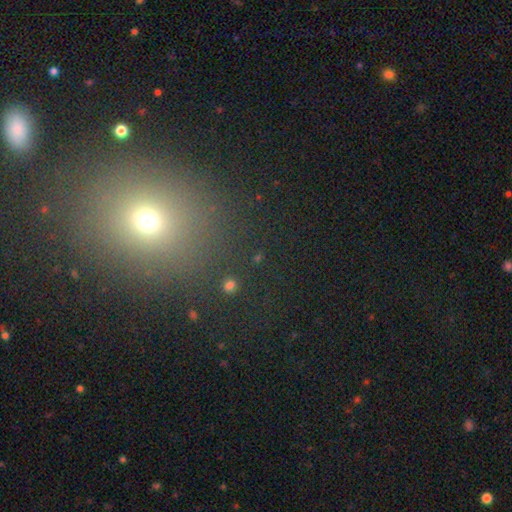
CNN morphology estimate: Q: Smooth or featured?
A: smooth (51%); runner-up: star or artifact (39%)
Q: How rounded?
A: round (73%); runner-up: in between (25%)
Q: Merging?
A: none (82%); runner-up: minor disturbance (9%)